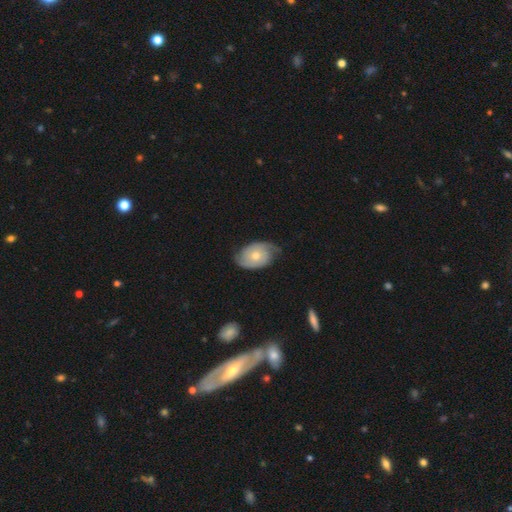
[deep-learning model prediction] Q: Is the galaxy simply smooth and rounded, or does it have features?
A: featured or disk — 70%.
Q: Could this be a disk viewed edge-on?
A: no — 96%.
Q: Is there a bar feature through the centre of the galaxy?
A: no — 80%.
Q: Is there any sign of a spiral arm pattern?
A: yes — 90%.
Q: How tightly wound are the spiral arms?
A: tight — 48%.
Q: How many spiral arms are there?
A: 2 — 79%.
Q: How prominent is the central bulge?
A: moderate — 58%.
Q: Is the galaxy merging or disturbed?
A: none — 69%.